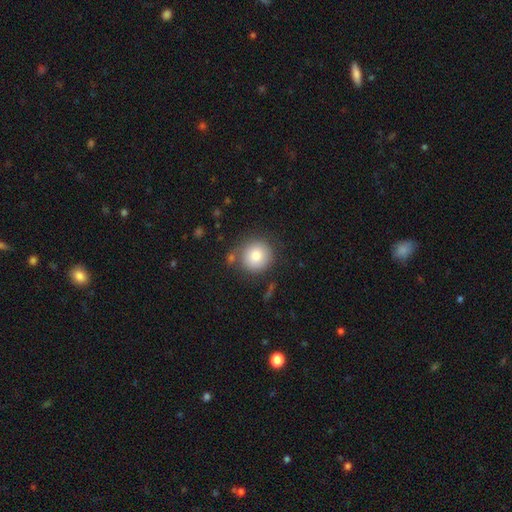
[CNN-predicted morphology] smooth 81%, featured or disk 10%, star or artifact 9%. Down the decision tree: how rounded — round (92%); merging — none (76%).